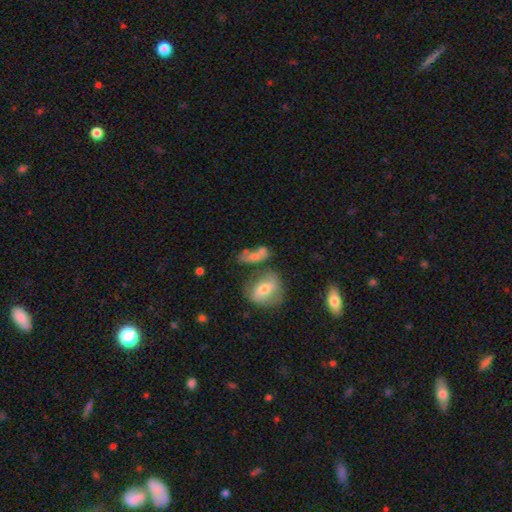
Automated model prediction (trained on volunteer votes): Smooth or featured? smooth (64%)
How rounded? in between (67%)
Merging? merger (38%)